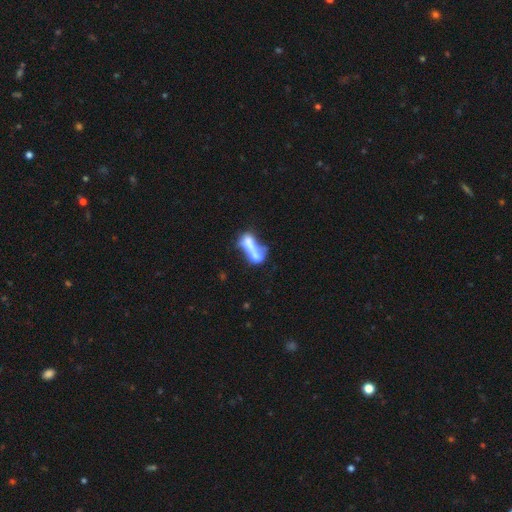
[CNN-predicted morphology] Q: Smooth or featured?
A: smooth (56%); runner-up: featured or disk (34%)
Q: How rounded?
A: in between (71%); runner-up: cigar-shaped (16%)
Q: Merging?
A: merger (72%); runner-up: none (12%)